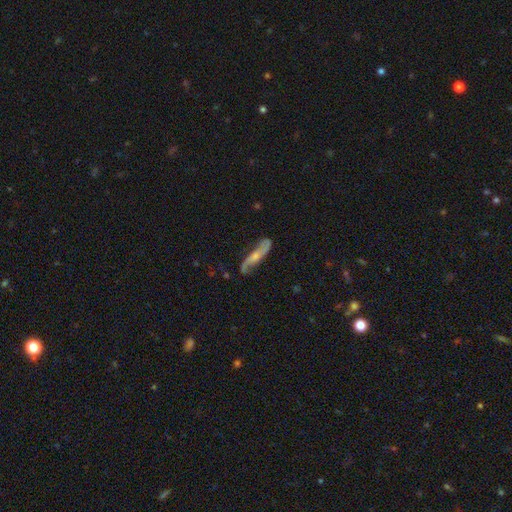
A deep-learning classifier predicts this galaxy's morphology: Smooth or featured?
  - featured or disk: 72% *
  - smooth: 22%
  - star or artifact: 6%
Edge-on disk?
  - no: 74% *
  - yes: 26%
Bar?
  - no: 54% *
  - weak: 30%
  - strong: 16%
Spiral arms?
  - yes: 92% *
  - no: 8%
Bulge size?
  - small: 51% *
  - moderate: 36%
  - none: 9%
  - large: 3%
  - dominant: 1%
Merging?
  - none: 68% *
  - minor disturbance: 21%
  - major disturbance: 8%
  - merger: 3%